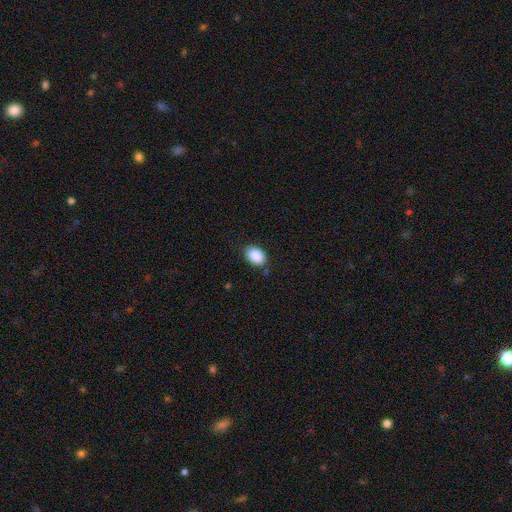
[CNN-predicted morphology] The model was most divided on "merging": none: 81%, minor disturbance: 14%, major disturbance: 3%, merger: 2%. More confident: smooth or featured — smooth (90%); how rounded — in between (85%).